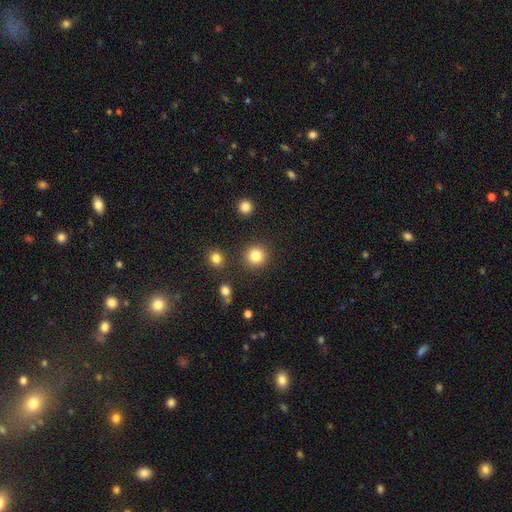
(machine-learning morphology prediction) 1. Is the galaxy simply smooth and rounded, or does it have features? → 84% smooth, 11% star or artifact, 5% featured or disk.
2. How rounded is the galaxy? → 94% round, 5% in between, 1% cigar-shaped.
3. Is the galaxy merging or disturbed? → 89% none, 6% minor disturbance, 3% merger, 3% major disturbance.